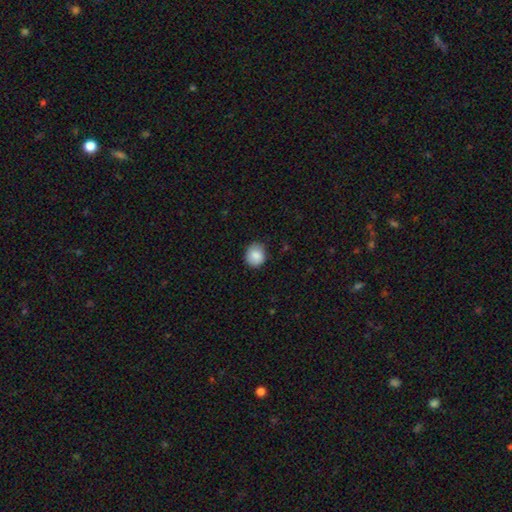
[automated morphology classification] type=smooth (88%); roundness=round (79%); merging=none (82%).